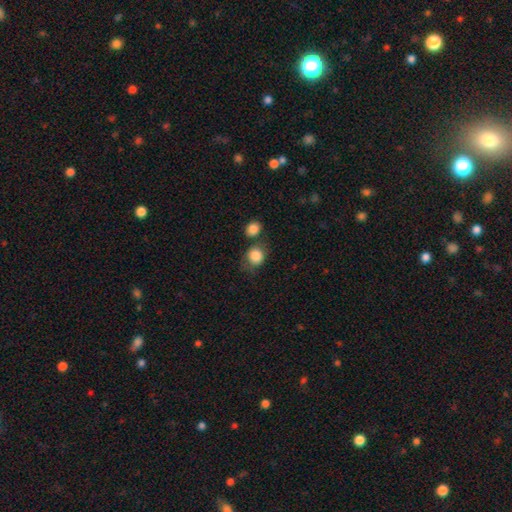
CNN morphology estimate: Q: Smooth or featured?
A: smooth (86%); runner-up: star or artifact (8%)
Q: How rounded?
A: round (74%); runner-up: in between (25%)
Q: Merging?
A: none (55%); runner-up: merger (21%)